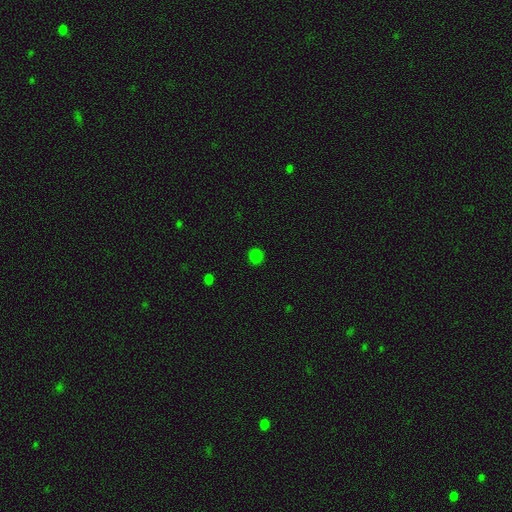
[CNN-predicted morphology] A smooth galaxy with no disk features (81%) that is round (84%). Merging: none (89%).